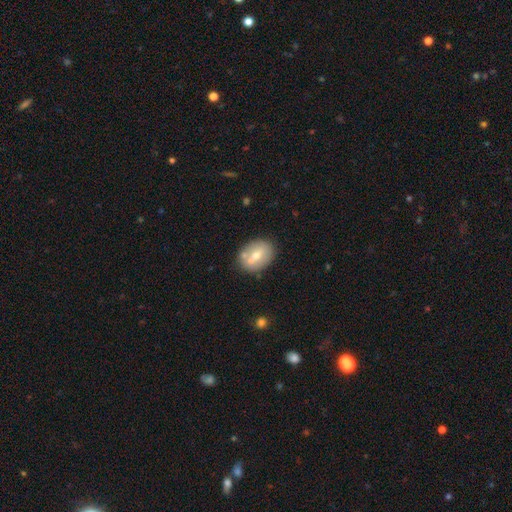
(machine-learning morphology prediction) Overall: smooth (59%; featured or disk 33%). How rounded: in between (66%; round 32%). Merging: none (66%).